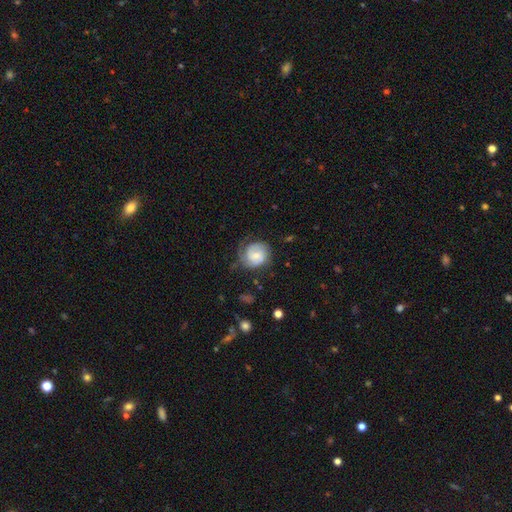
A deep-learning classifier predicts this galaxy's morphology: A featured or disk galaxy (63%) with no bar (55%), 2 (51%) tight (51%) spiral arms (89%) and a small central bulge (51%). Merging: none (61%).